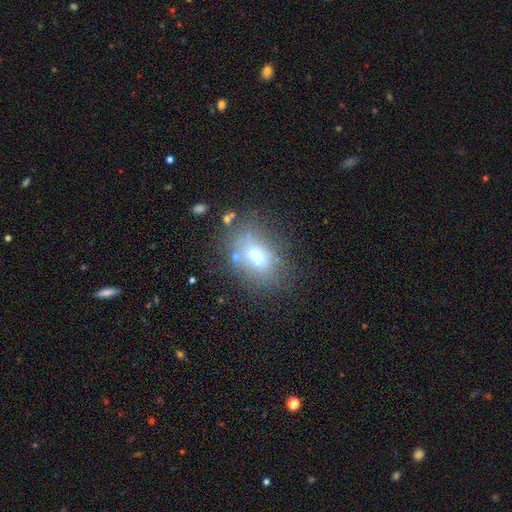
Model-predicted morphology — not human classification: type=smooth (58%); roundness=in between (76%); merging=none (57%).